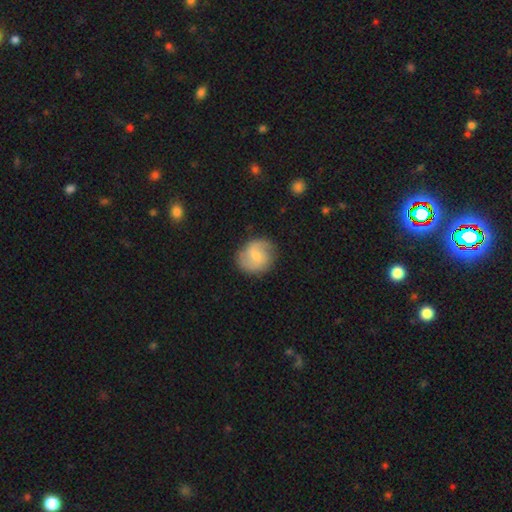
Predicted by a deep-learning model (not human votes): smooth_or_featured: featured or disk (p=0.53) [alt: smooth p=0.40]
disk_edge_on: no (p=0.98) [alt: yes p=0.02]
bar: weak (p=0.54) [alt: no p=0.36]
has_spiral_arms: yes (p=0.87) [alt: no p=0.13]
bulge_size: small (p=0.57) [alt: moderate p=0.32]
merging: none (p=0.78) [alt: minor disturbance p=0.15]